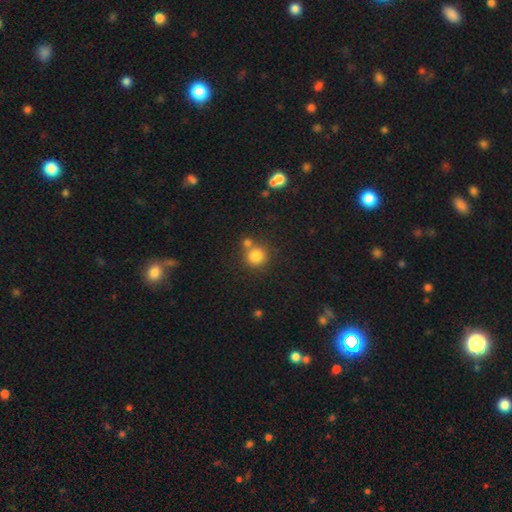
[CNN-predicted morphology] smooth-or-featured: smooth: 82% | star or artifact: 12% | featured or disk: 7%
  how-rounded: round: 91% | in between: 8% | cigar-shaped: 1%
  merging: none: 64% | merger: 24% | minor disturbance: 9% | major disturbance: 3%